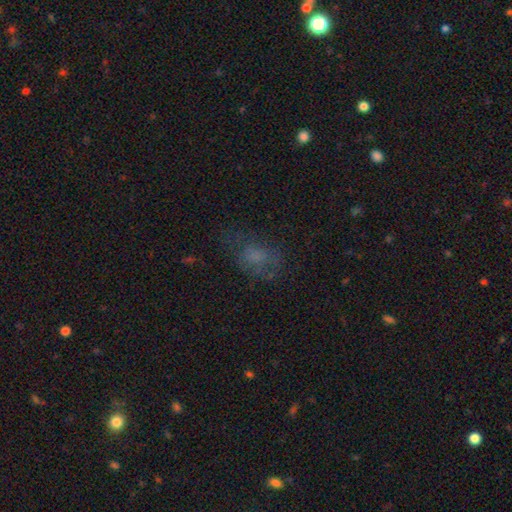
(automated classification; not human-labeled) smooth 57%, featured or disk 24%, star or artifact 20%. Down the decision tree: how rounded — in between (75%); merging — none (52%).